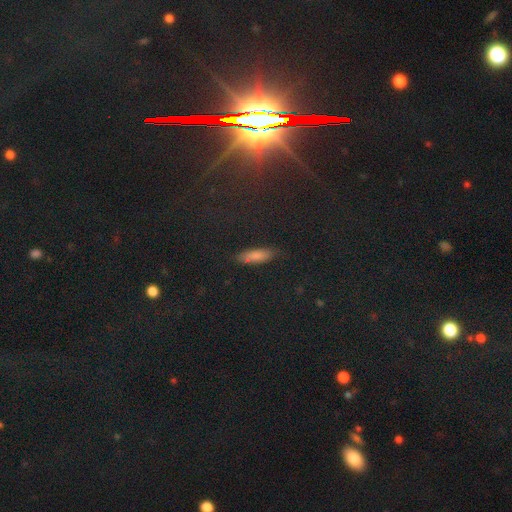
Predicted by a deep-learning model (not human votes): A smooth galaxy with no disk features (75%) that is cigar-shaped (48%, tied with in between). Merging: none (83%).